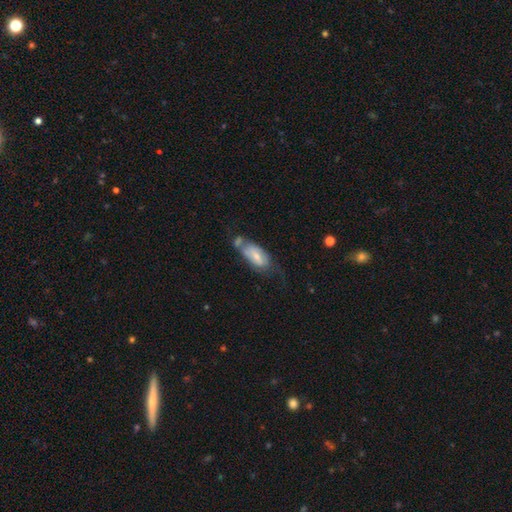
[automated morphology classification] The model was most divided on "merging": merger: 33%, none: 25%, minor disturbance: 22%, major disturbance: 19%. More confident: how rounded — in between (87%); smooth or featured — smooth (57%).